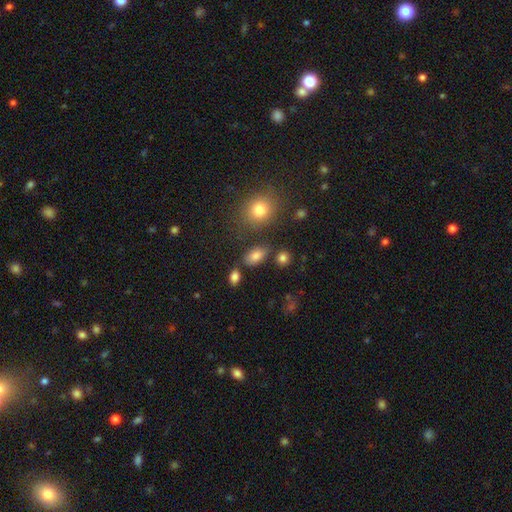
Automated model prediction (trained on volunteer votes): smooth_or_featured: smooth (p=0.81) [alt: star or artifact p=0.11]
how_rounded: in between (p=0.89) [alt: round p=0.08]
merging: none (p=0.77) [alt: minor disturbance p=0.12]